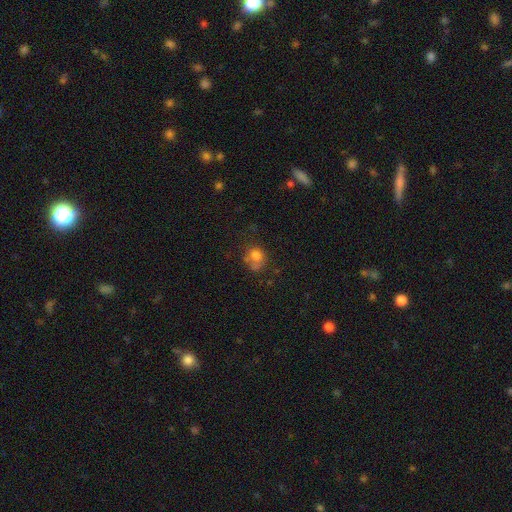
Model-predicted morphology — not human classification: Overall: smooth (73%). How rounded: round (67%; in between 32%). Merging: none (44%; minor disturbance 22%).